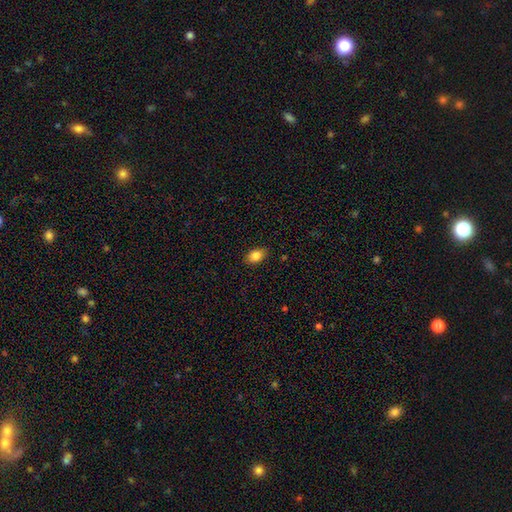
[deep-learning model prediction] Smooth or featured?
  - smooth: 84% *
  - star or artifact: 9%
  - featured or disk: 7%
How rounded?
  - in between: 82% *
  - round: 16%
  - cigar-shaped: 2%
Merging?
  - none: 86% *
  - minor disturbance: 11%
  - major disturbance: 2%
  - merger: 1%